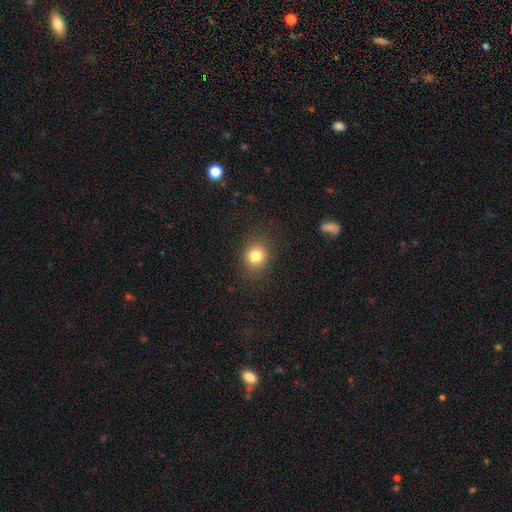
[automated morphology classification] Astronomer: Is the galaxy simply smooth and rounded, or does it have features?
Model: smooth — 80%.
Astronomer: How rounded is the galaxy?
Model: round — 77%.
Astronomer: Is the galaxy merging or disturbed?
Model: none — 86%.